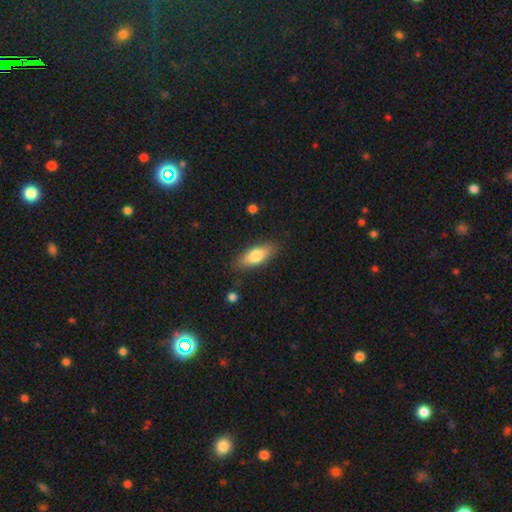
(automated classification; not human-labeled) Smooth or featured? smooth (76%)
How rounded? in between (71%)
Merging? none (85%)